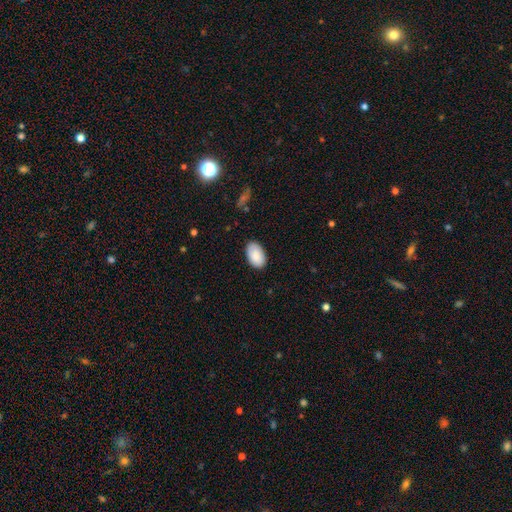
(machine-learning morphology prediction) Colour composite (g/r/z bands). It shows a smooth galaxy with no disk features (88%) that is in between round and cigar-shaped (94%). Merging: none (85%).